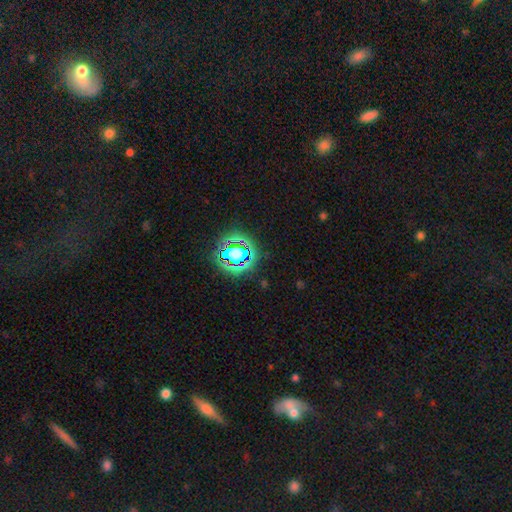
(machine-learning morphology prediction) Q: Smooth or featured?
A: star or artifact (73%); runner-up: smooth (17%)